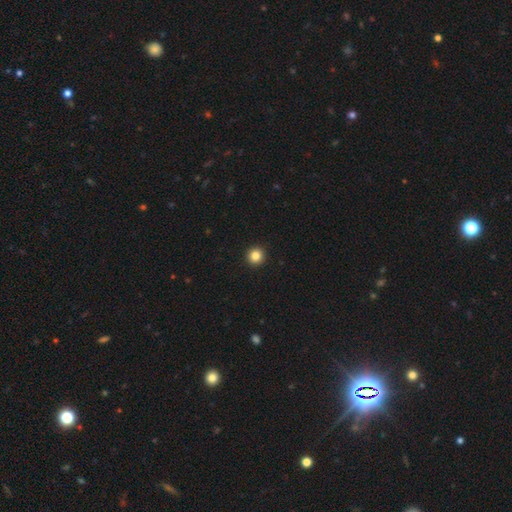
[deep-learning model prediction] Smooth or featured? smooth (84%)
How rounded? round (96%)
Merging? none (94%)